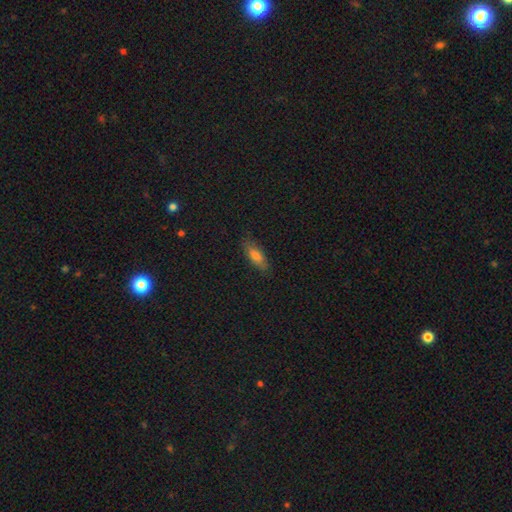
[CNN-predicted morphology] The model was most divided on "how rounded": in between: 66%, cigar-shaped: 31%, round: 3%. More confident: merging — none (81%); smooth or featured — smooth (74%).